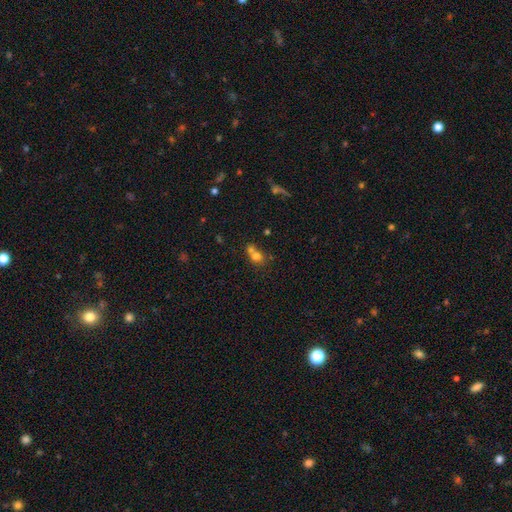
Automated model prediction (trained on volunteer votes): Smooth or featured?
  - smooth: 71% *
  - featured or disk: 15%
  - star or artifact: 15%
How rounded?
  - round: 71% *
  - in between: 27%
  - cigar-shaped: 1%
Merging?
  - merger: 56% *
  - none: 33%
  - minor disturbance: 7%
  - major disturbance: 4%